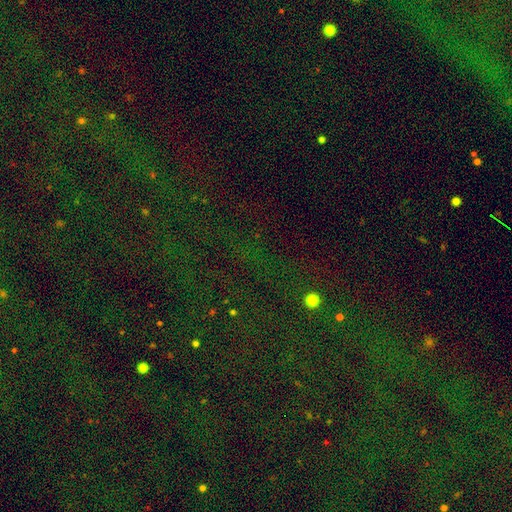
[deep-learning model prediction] smooth-or-featured: star or artifact: 81% | smooth: 11% | featured or disk: 9%